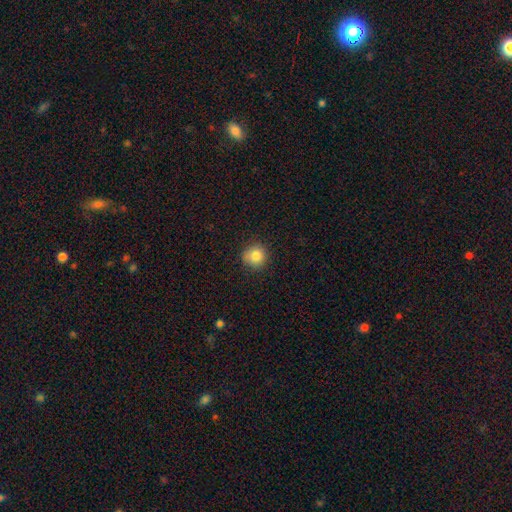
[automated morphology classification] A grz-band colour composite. It shows a smooth galaxy with no disk features (83%) that is round (91%). Merging: none (84%).